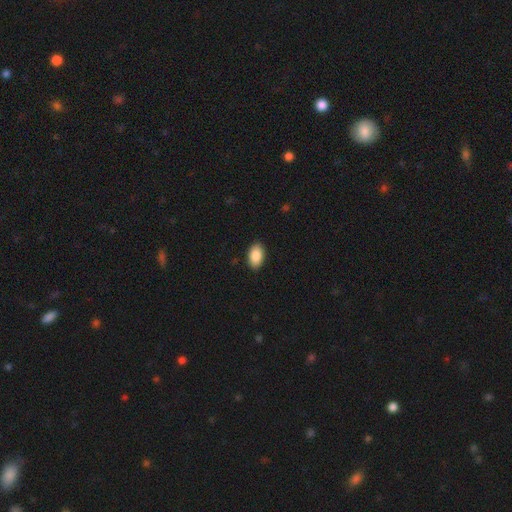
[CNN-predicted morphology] A smooth galaxy with no disk features (88%) that is in between round and cigar-shaped (93%). Merging: none (89%).